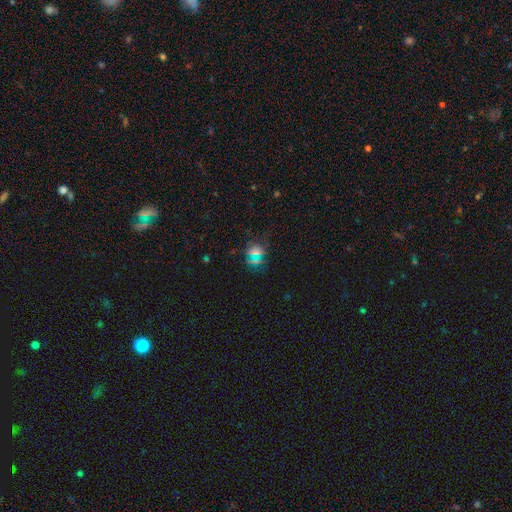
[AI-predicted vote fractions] A smooth galaxy with no disk features (49%). Merging: none (72%).